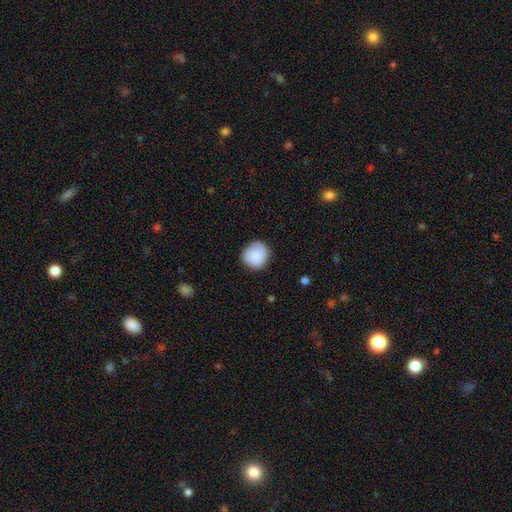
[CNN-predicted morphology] smooth 87%, star or artifact 7%, featured or disk 6%. Down the decision tree: how rounded — round (90%); merging — none (83%).